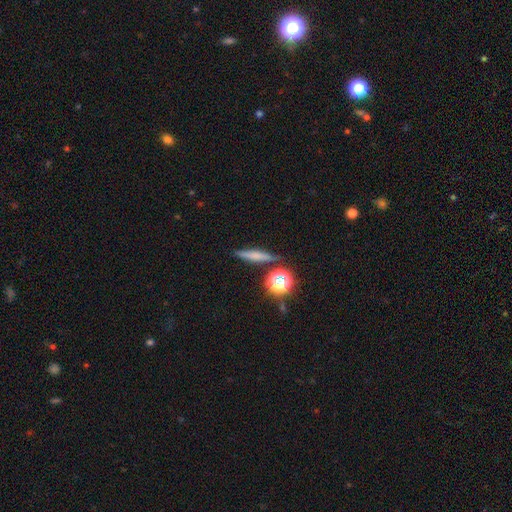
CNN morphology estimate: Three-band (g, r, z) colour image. It shows a smooth galaxy with no disk features (56%) that is cigar-shaped (76%). Merging: none (83%).